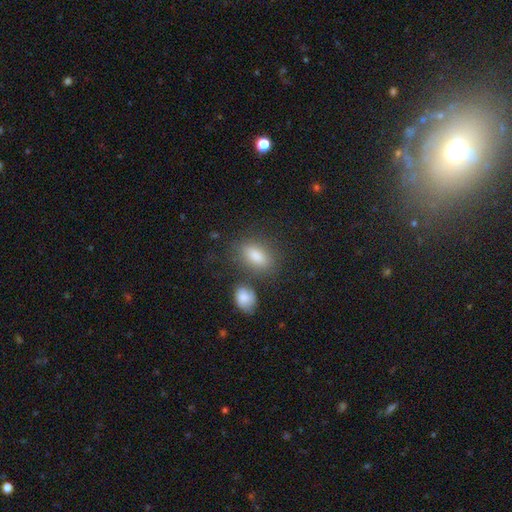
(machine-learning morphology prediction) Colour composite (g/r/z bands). It shows a smooth galaxy with no disk features (81%) that is in between round and cigar-shaped (87%). Merging: none (72%).